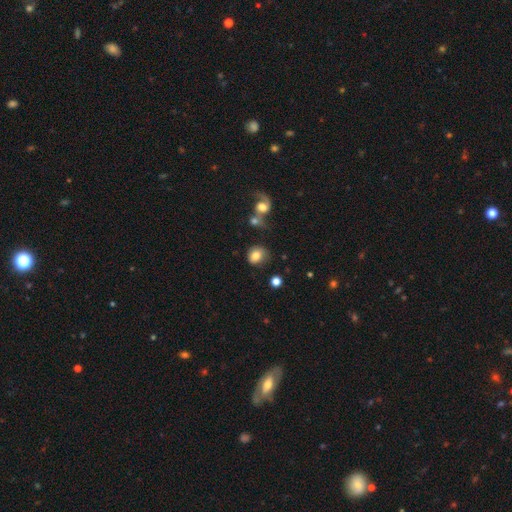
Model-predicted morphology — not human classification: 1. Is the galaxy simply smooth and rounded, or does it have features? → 80% smooth, 11% featured or disk, 9% star or artifact.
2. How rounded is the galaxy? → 69% round, 30% in between, 1% cigar-shaped.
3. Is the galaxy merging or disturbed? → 66% none, 17% minor disturbance, 9% merger, 8% major disturbance.